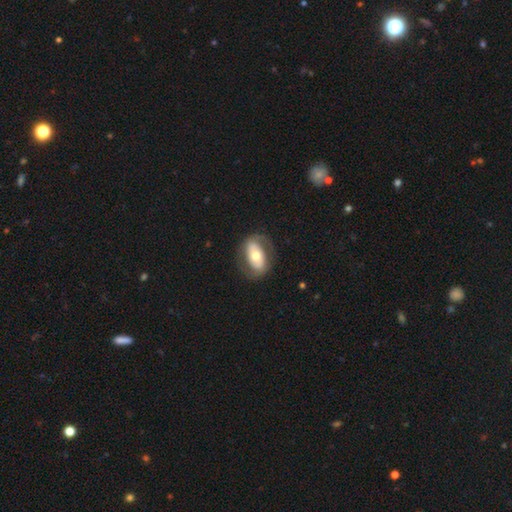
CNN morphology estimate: type=featured or disk (57%); edge-on=no (94%); bar=no (53%); spiral arms=no (50%, tied with yes); bulge=moderate (69%); merging=none (75%).